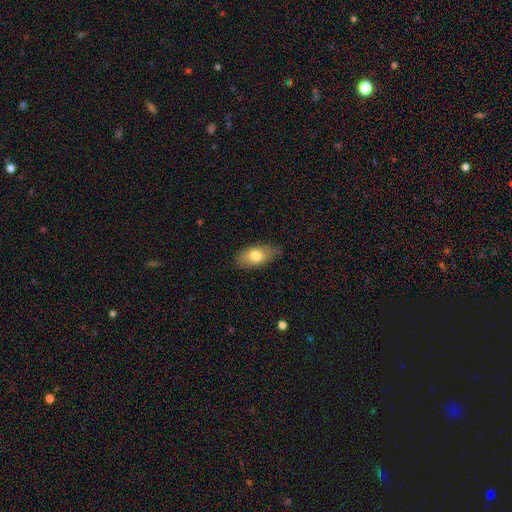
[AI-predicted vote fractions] Smooth or featured? Predicted: smooth (p=0.76). How rounded? Predicted: in between (p=0.90). Merging? Predicted: none (p=0.77).